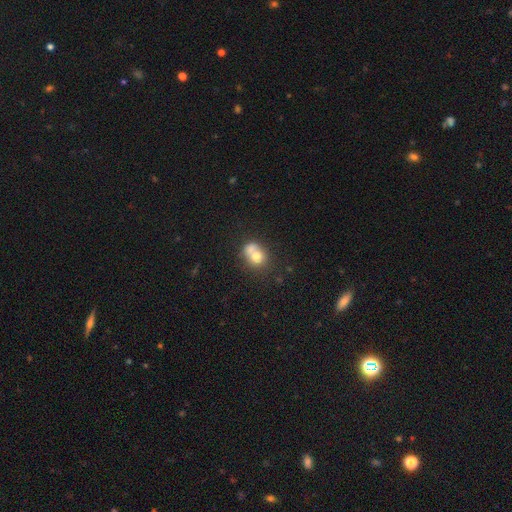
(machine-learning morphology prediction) Smooth or featured? Predicted: smooth (p=0.70). How rounded? Predicted: round (p=0.67). Merging? Predicted: merger (p=0.48).